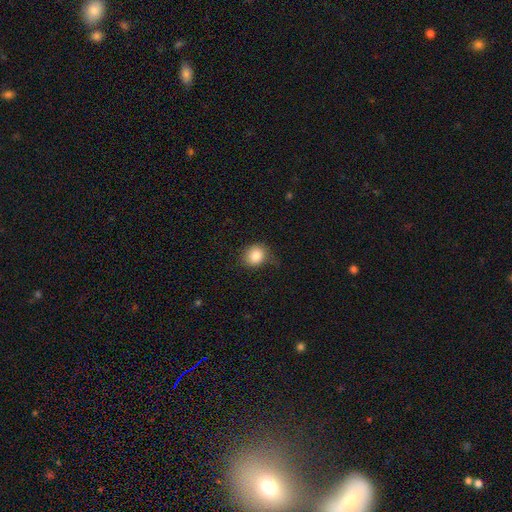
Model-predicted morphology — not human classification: This is clearly a smooth galaxy (86%). How rounded: likely round (73%). Merging: likely none (65%).